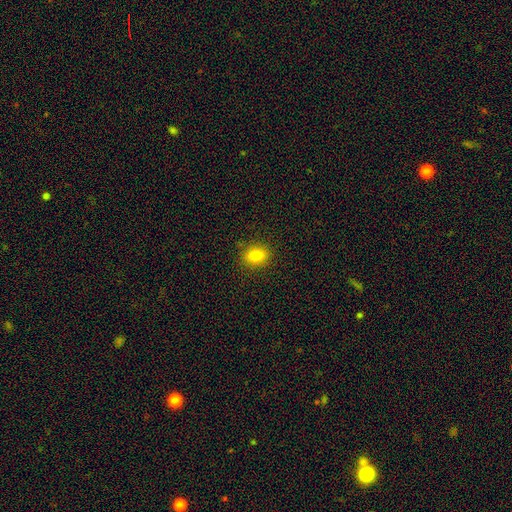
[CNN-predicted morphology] Overall: smooth (81%). How rounded: in between (51%; round 47%). Merging: none (88%).